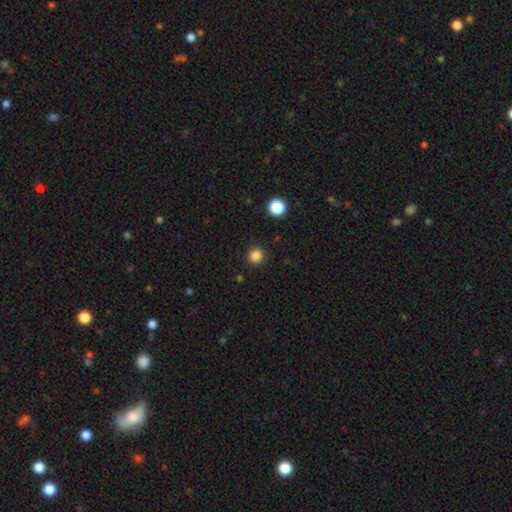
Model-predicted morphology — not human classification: Smooth or featured? smooth (84%)
How rounded? round (95%)
Merging? none (91%)